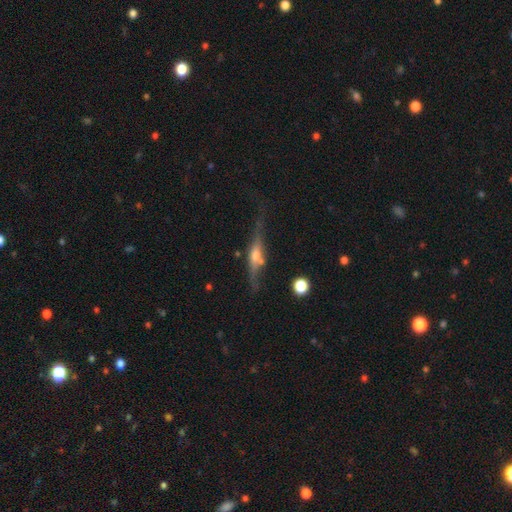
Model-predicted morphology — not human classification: smooth_or_featured: featured or disk (p=0.73) [alt: smooth p=0.20]
disk_edge_on: yes (p=0.90) [alt: no p=0.10]
edge_on_bulge: rounded (p=0.82) [alt: boxy p=0.11]
merging: none (p=0.61) [alt: minor disturbance p=0.22]